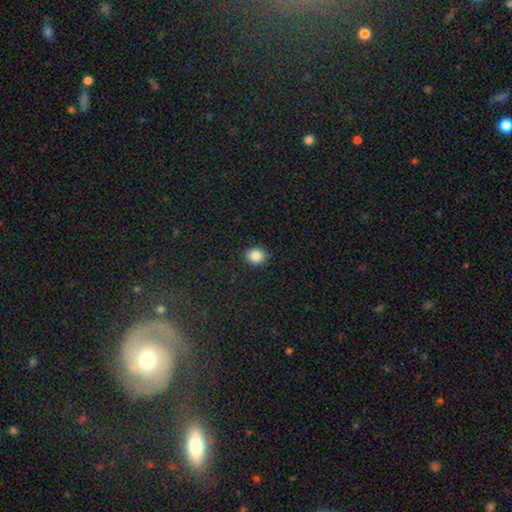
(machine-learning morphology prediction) type=smooth (86%); roundness=round (76%); merging=none (90%).